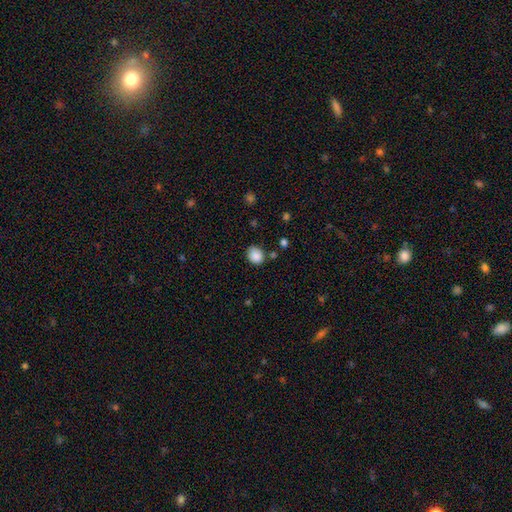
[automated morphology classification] Smooth or featured: smooth — 87% (star or artifact — 9%)
How rounded: round — 64% (in between — 35%)
Merging: none — 77% (minor disturbance — 16%)